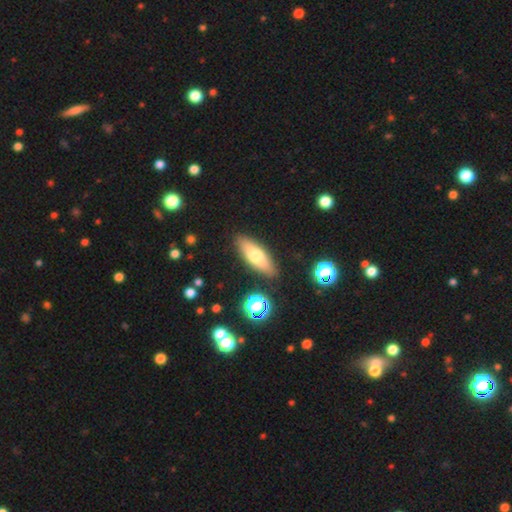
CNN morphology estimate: A smooth galaxy with no disk features (65%) that is in between round and cigar-shaped (61%). Merging: none (85%).